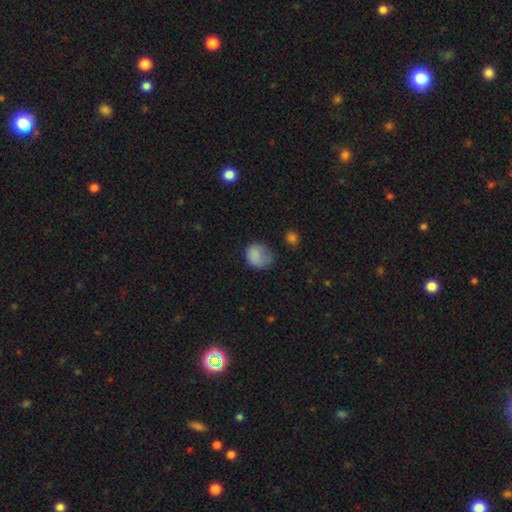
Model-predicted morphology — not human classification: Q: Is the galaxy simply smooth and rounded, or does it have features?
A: smooth — 81%.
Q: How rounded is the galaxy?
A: round — 61%.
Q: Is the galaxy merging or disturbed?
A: none — 44%.